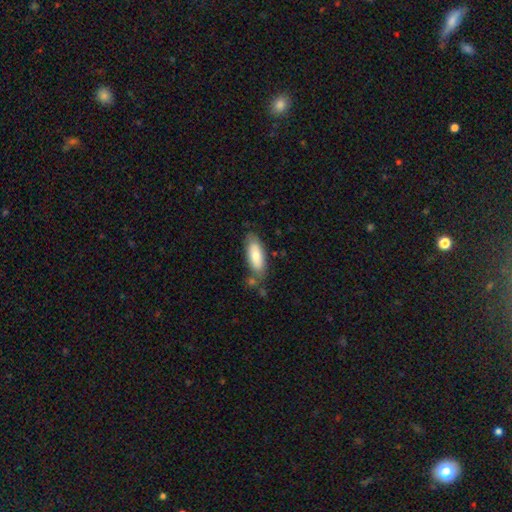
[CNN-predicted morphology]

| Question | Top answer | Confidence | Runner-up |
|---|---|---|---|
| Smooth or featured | smooth | 77% | featured or disk (17%) |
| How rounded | in between | 74% | cigar-shaped (25%) |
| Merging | none | 68% | minor disturbance (19%) |